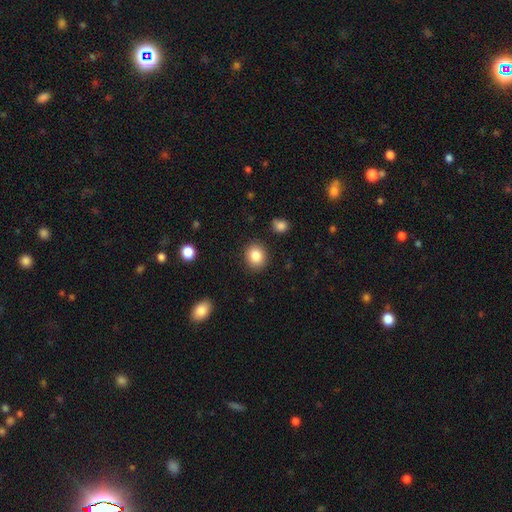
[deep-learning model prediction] This appears to be a smooth galaxy with no disk features (84%) that is round (69%). Merging: none (89%).